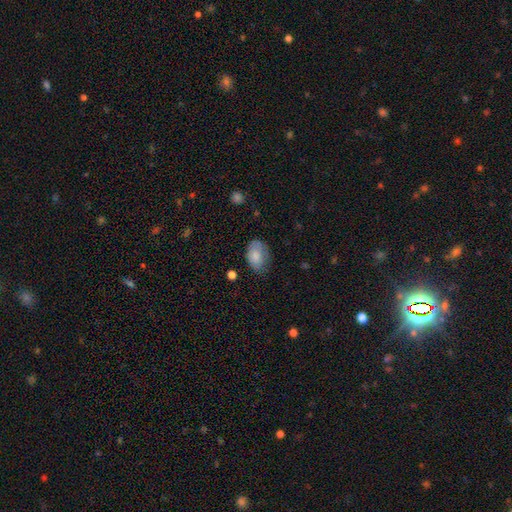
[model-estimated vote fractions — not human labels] Q: Smooth or featured?
A: smooth (80%); runner-up: featured or disk (13%)
Q: How rounded?
A: in between (86%); runner-up: round (13%)
Q: Merging?
A: none (60%); runner-up: minor disturbance (29%)